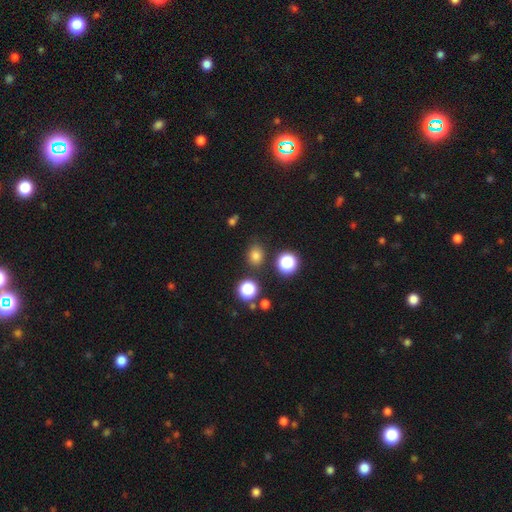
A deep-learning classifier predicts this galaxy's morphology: This appears to be a smooth galaxy with no disk features (76%) that is round (60%). Merging: none (81%).